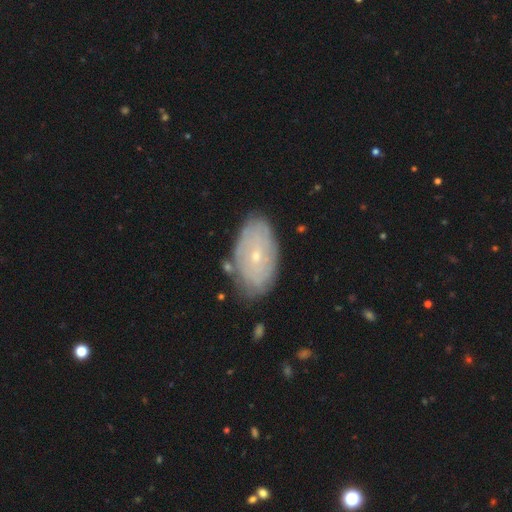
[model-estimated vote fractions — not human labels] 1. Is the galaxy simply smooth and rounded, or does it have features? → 56% featured or disk, 37% smooth, 7% star or artifact.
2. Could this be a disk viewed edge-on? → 92% no, 8% yes.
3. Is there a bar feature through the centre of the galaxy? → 80% no, 17% weak, 4% strong.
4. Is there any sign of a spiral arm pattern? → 55% yes, 45% no.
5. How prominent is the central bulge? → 76% small, 21% moderate, 1% none, 1% large, 1% dominant.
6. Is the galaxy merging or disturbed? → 76% none, 17% minor disturbance, 4% major disturbance, 3% merger.